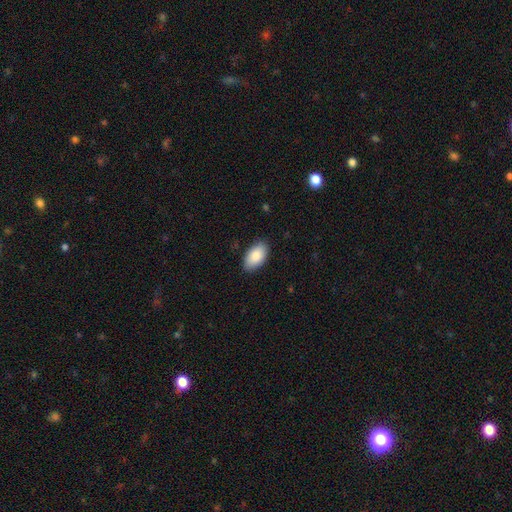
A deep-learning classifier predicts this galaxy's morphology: This appears to be a smooth galaxy with no disk features (88%) that is in between round and cigar-shaped (95%). Merging: none (87%).